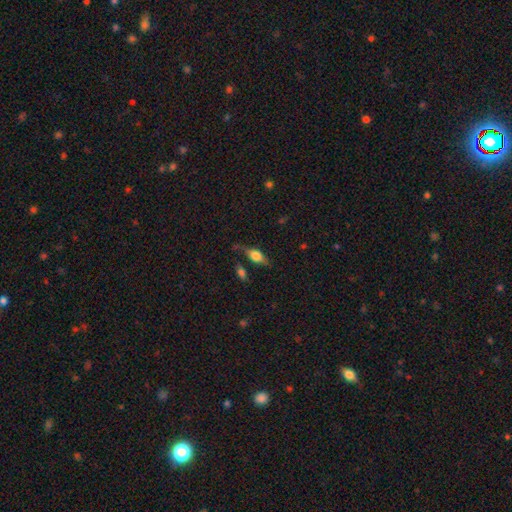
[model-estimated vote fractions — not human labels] The model was most divided on "smooth or featured": smooth: 63%, featured or disk: 29%, star or artifact: 8%. More confident: how rounded — in between (78%); merging — none (60%).